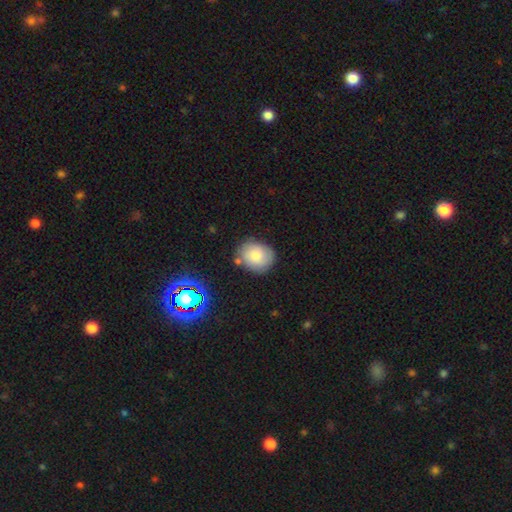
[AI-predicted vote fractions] Overall: smooth (76%). How rounded: round (62%; in between 37%). Merging: none (76%).